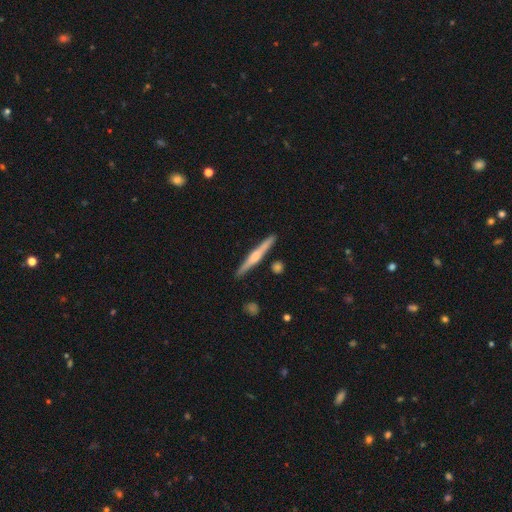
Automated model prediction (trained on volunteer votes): Overall: featured or disk (61%; smooth 34%). Edge-on disk: yes (98%). Edge-on bulge: rounded (63%). Merging: none (88%).